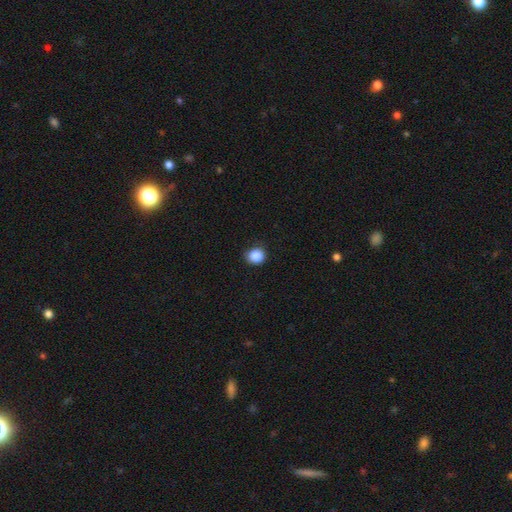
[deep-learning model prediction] A smooth galaxy with no disk features (87%) that is round (84%).

Vote fractions:
- Smooth or featured? smooth: 87% / star or artifact: 10% / featured or disk: 3%
- How rounded? round: 84% / in between: 15% / cigar-shaped: 1%
- Merging? none: 83% / minor disturbance: 14% / major disturbance: 3% / merger: 1%